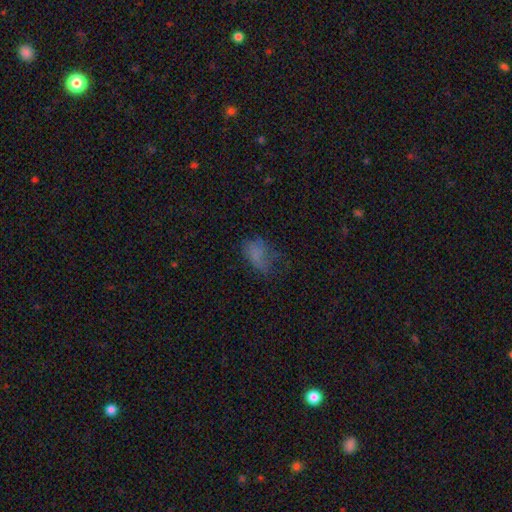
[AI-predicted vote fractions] Smooth or featured? smooth (62%)
How rounded? in between (84%)
Merging? none (37%)